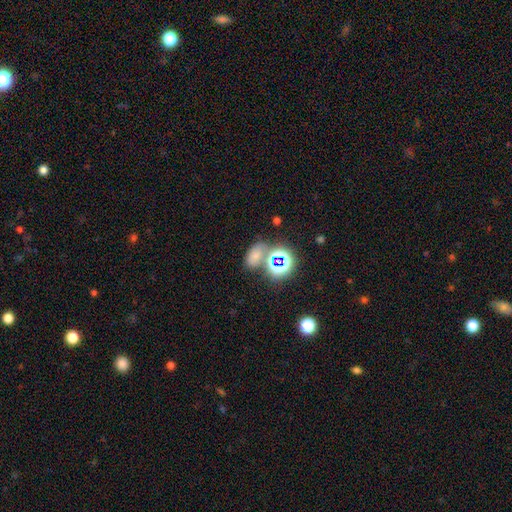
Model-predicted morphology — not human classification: Smooth or featured? Predicted: smooth (p=0.58). How rounded? Predicted: in between (p=0.77). Merging? Predicted: none (p=0.57).